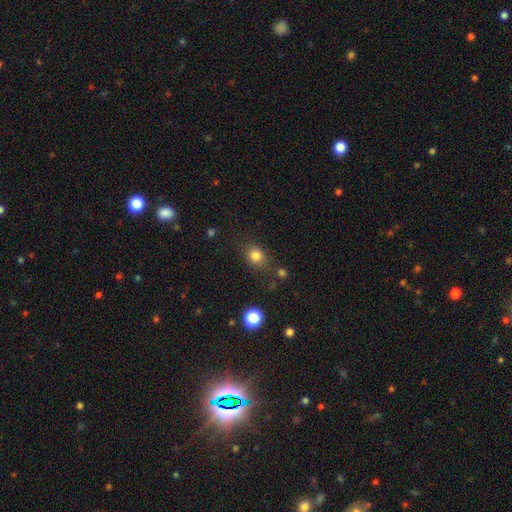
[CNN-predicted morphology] A smooth galaxy with no disk features (81%) that is round (66%). Merging: none (74%).